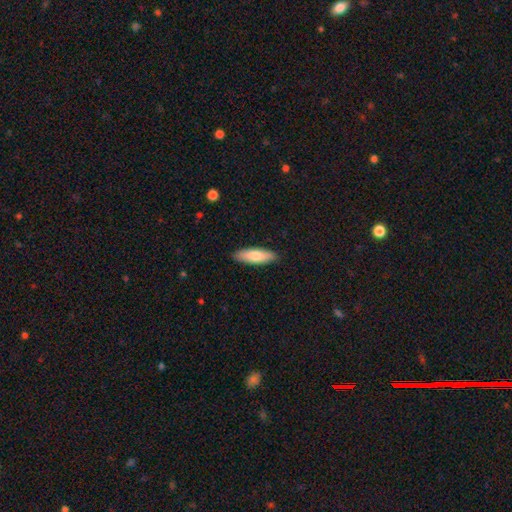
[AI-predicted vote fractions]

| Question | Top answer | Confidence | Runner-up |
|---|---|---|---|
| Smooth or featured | smooth | 76% | featured or disk (19%) |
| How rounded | in between | 50% | cigar-shaped (48%) |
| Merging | none | 89% | minor disturbance (9%) |